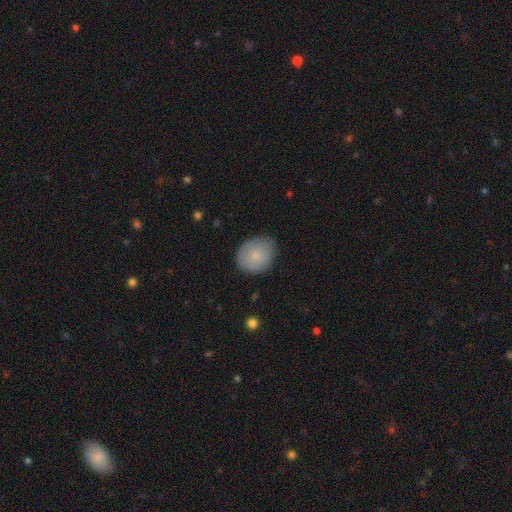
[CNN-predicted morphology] Smooth or featured?
  - smooth: 79% *
  - featured or disk: 14%
  - star or artifact: 7%
How rounded?
  - round: 59% *
  - in between: 40%
  - cigar-shaped: 1%
Merging?
  - none: 77% *
  - minor disturbance: 19%
  - major disturbance: 4%
  - merger: 1%